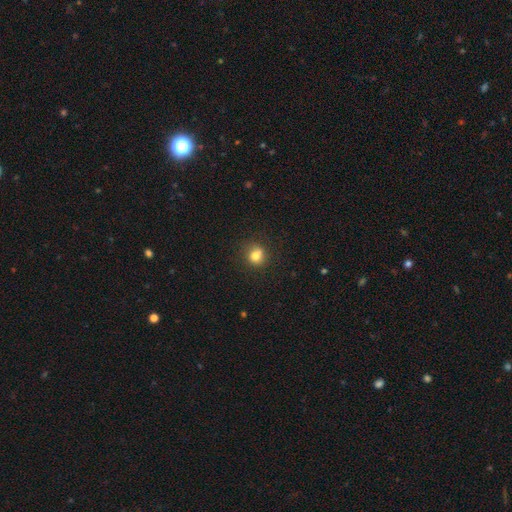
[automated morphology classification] smooth_or_featured: smooth (p=0.78) [alt: star or artifact p=0.12]
how_rounded: round (p=0.81) [alt: in between p=0.18]
merging: none (p=0.71) [alt: minor disturbance p=0.15]